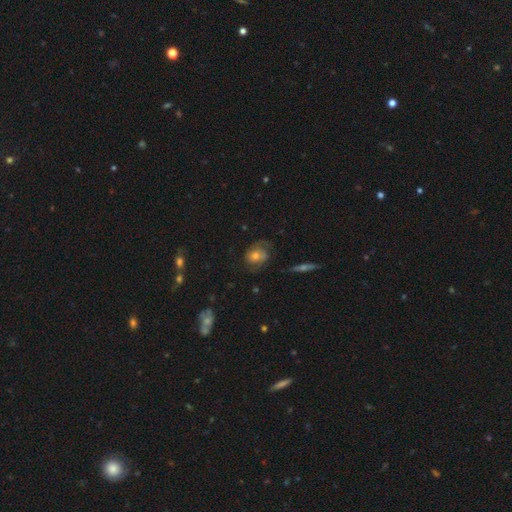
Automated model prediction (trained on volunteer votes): A featured or disk galaxy (46%).

Vote fractions:
- Smooth or featured? featured or disk: 46% / smooth: 43% / star or artifact: 12%
- Merging? none: 58% / minor disturbance: 24% / major disturbance: 16% / merger: 2%